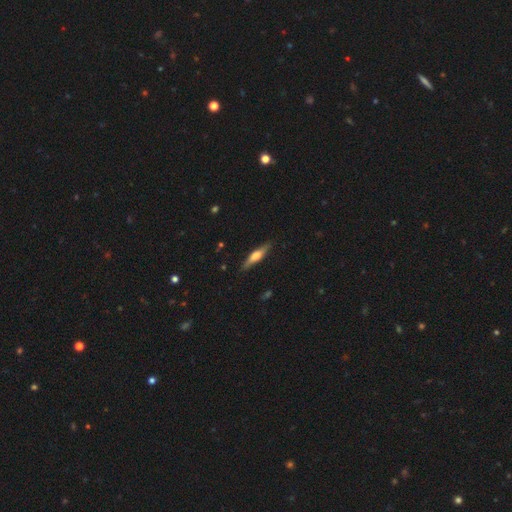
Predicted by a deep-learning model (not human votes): The model was most divided on "smooth or featured": featured or disk: 56%, smooth: 38%, star or artifact: 6%. More confident: edge-on disk — yes (95%); merging — none (87%); edge-on bulge — rounded (80%).